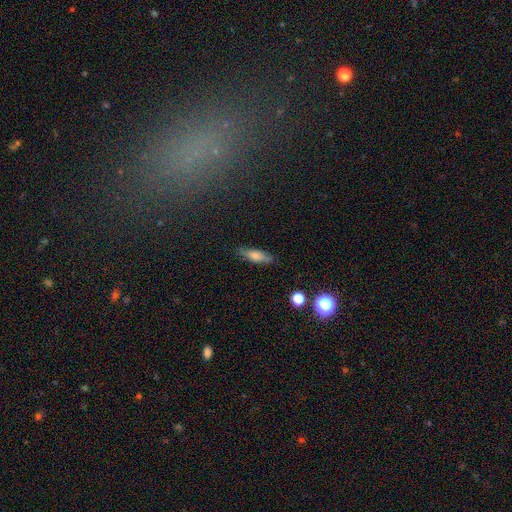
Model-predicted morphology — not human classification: Q: Smooth or featured?
A: smooth (66%); runner-up: featured or disk (25%)
Q: How rounded?
A: in between (49%); runner-up: cigar-shaped (48%)
Q: Merging?
A: none (78%); runner-up: minor disturbance (17%)